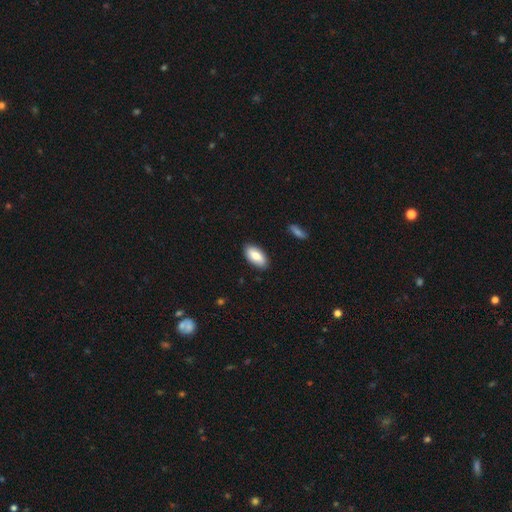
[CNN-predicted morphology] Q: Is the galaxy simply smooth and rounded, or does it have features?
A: smooth — 80%.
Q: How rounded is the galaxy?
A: in between — 93%.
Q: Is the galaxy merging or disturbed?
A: none — 88%.